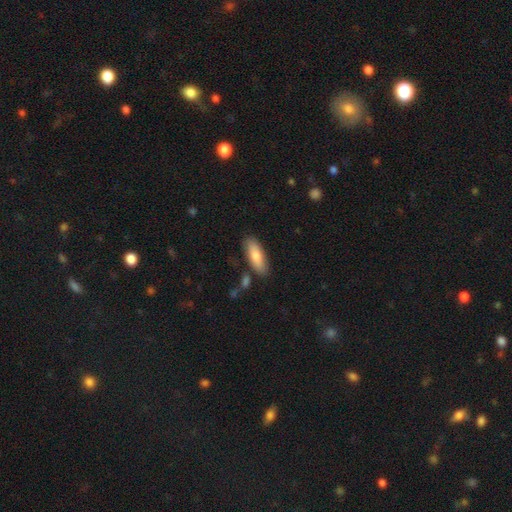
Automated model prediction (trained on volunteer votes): A smooth galaxy with no disk features (77%) that is in between round and cigar-shaped (65%).

Vote fractions:
- Smooth or featured? smooth: 77% / featured or disk: 18% / star or artifact: 6%
- How rounded? in between: 65% / cigar-shaped: 33% / round: 2%
- Merging? none: 81% / minor disturbance: 12% / merger: 4% / major disturbance: 3%